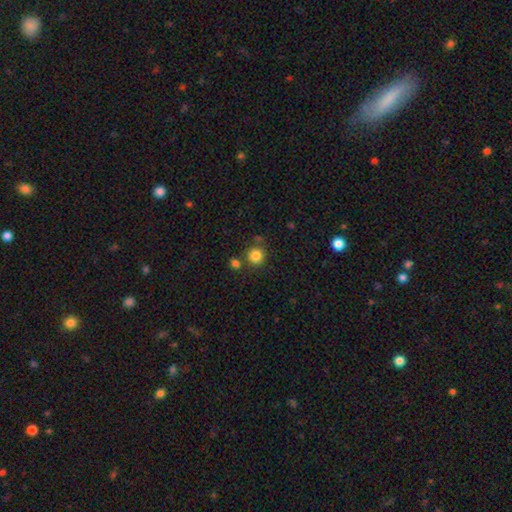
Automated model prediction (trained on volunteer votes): A smooth galaxy with no disk features (84%) that is round (92%). Merging: none (78%).